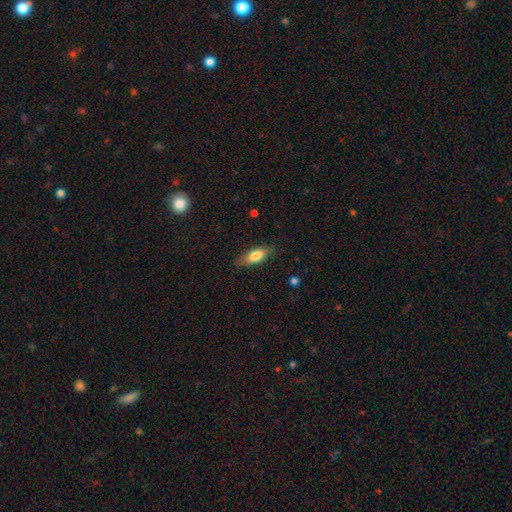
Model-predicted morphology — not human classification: This appears to be a smooth galaxy with no disk features (74%) that is in between round and cigar-shaped (72%). Merging: none (80%).